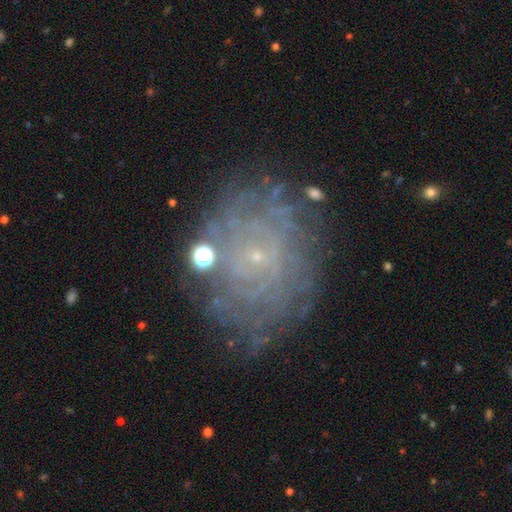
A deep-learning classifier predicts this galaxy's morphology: smooth_or_featured: featured or disk (p=0.72) [alt: smooth p=0.16]
disk_edge_on: no (p=0.97) [alt: yes p=0.03]
bar: no (p=0.78) [alt: weak p=0.17]
has_spiral_arms: yes (p=0.82) [alt: no p=0.18]
spiral_winding: tight (p=0.76) [alt: medium p=0.17]
spiral_arm_count: can't tell (p=0.52) [alt: more than 4 p=0.15]
bulge_size: small (p=0.88) [alt: moderate p=0.05]
merging: none (p=0.74) [alt: minor disturbance p=0.15]